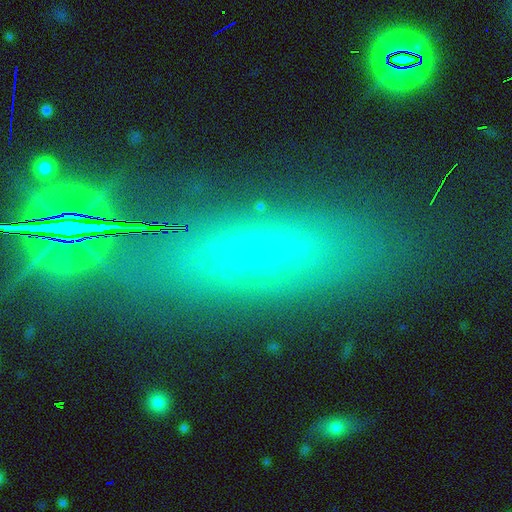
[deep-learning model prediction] This is possibly a smooth galaxy (52%). How rounded: possibly in between (55%). Merging: likely none (72%).